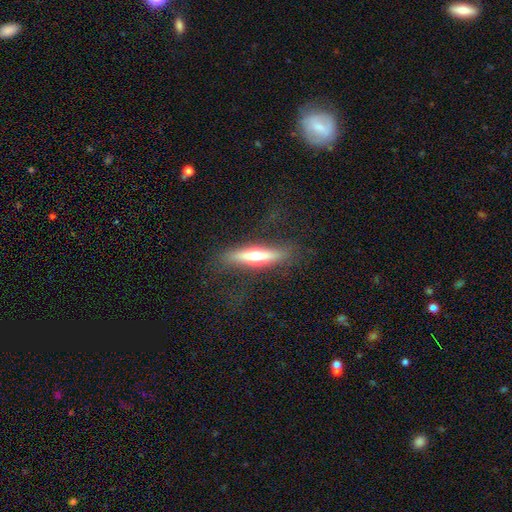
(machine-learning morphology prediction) A featured or disk galaxy (56%) viewed edge-on (89%).

Vote fractions:
- Smooth or featured? featured or disk: 56% / smooth: 38% / star or artifact: 6%
- Edge-on disk? yes: 89% / no: 11%
- Merging? none: 81% / minor disturbance: 12% / major disturbance: 6% / merger: 1%